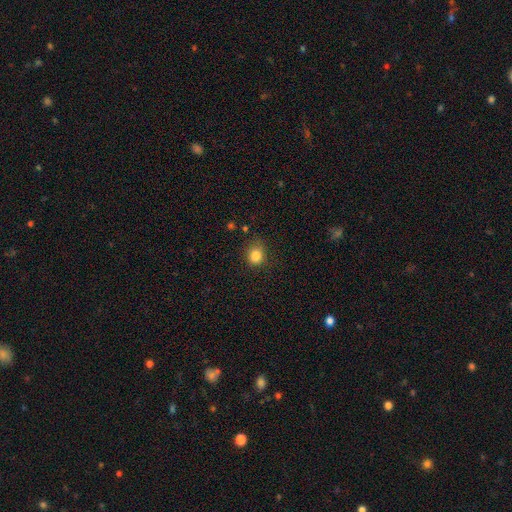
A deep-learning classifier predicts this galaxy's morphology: Smooth or featured?
  - smooth: 84% *
  - star or artifact: 11%
  - featured or disk: 5%
How rounded?
  - round: 69% *
  - in between: 30%
  - cigar-shaped: 1%
Merging?
  - none: 71% *
  - minor disturbance: 21%
  - major disturbance: 6%
  - merger: 2%